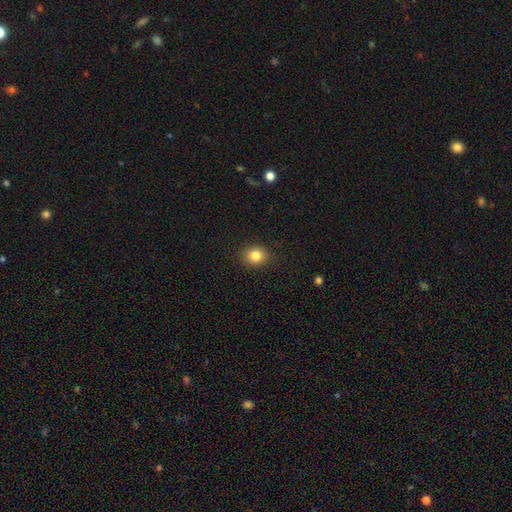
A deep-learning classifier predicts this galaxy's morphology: Smooth or featured? smooth (83%)
How rounded? round (68%)
Merging? none (89%)